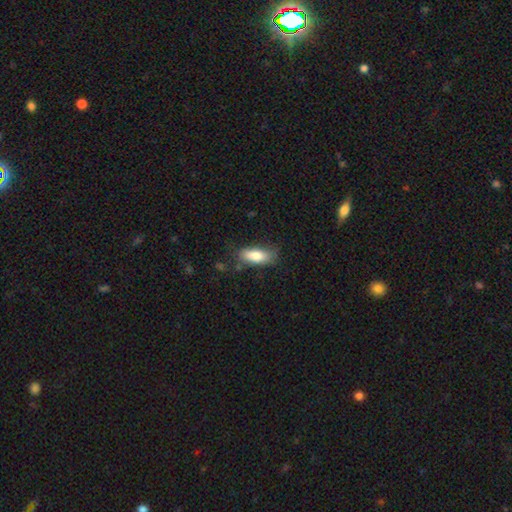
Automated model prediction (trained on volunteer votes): This appears to be a smooth galaxy with no disk features (83%) that is in between round and cigar-shaped (76%). Merging: none (69%).